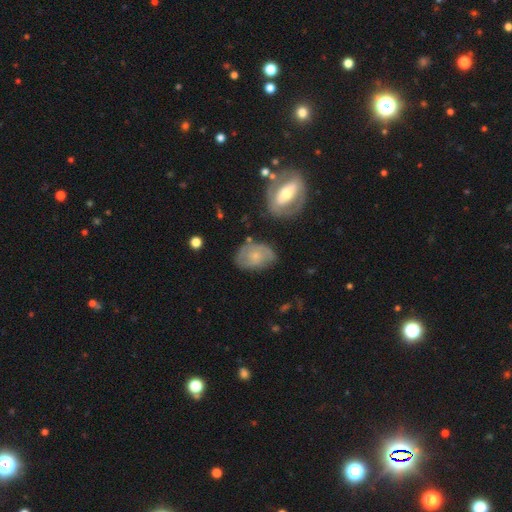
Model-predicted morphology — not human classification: The model was most divided on "smooth or featured": featured or disk: 61%, smooth: 32%, star or artifact: 7%. More confident: edge-on disk — no (96%); spiral arms — yes (82%); bar — no (73%); bulge size — small (69%); merging — none (66%).